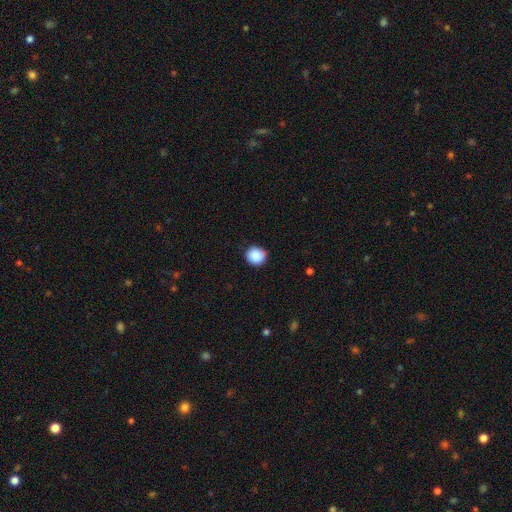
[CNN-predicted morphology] Smooth or featured: smooth — 89% (star or artifact — 8%)
How rounded: round — 90% (in between — 9%)
Merging: none — 84% (minor disturbance — 12%)